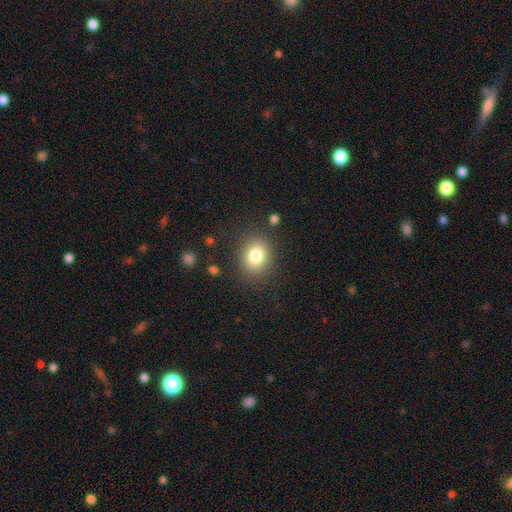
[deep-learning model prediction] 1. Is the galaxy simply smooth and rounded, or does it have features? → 80% smooth, 11% star or artifact, 9% featured or disk.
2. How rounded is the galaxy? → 61% round, 39% in between, 1% cigar-shaped.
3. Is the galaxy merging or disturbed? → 84% none, 10% minor disturbance, 4% major disturbance, 2% merger.